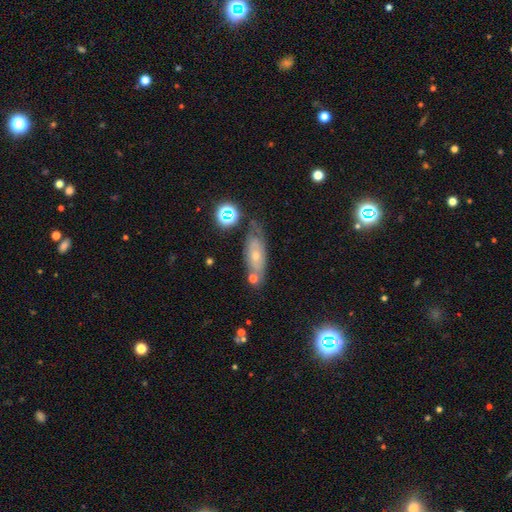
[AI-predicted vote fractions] A featured or disk galaxy (46%). Merging: none (57%).